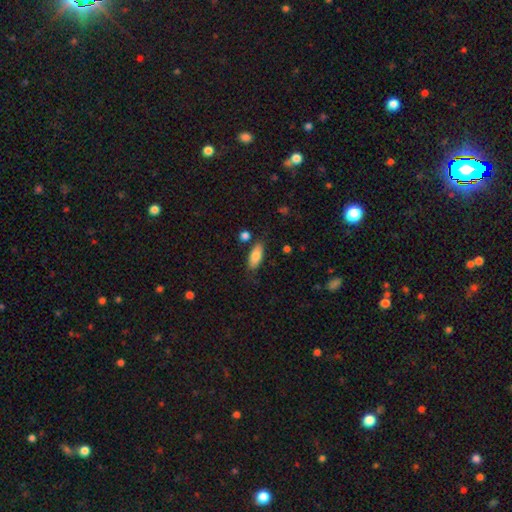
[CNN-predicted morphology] smooth-or-featured: smooth: 80% | featured or disk: 13% | star or artifact: 7%
  how-rounded: in between: 82% | cigar-shaped: 16% | round: 3%
  merging: none: 77% | minor disturbance: 15% | merger: 5% | major disturbance: 3%